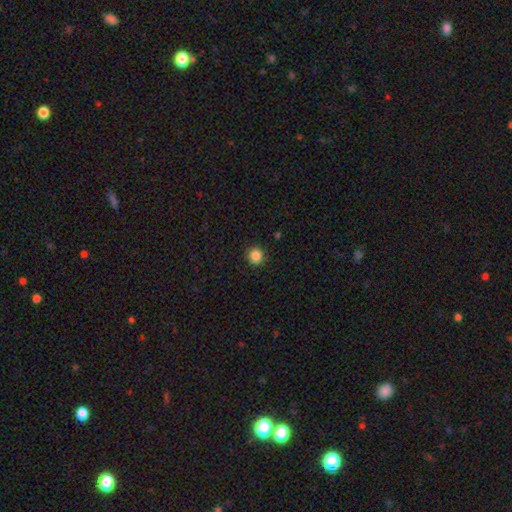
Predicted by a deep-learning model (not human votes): Smooth or featured? smooth (86%)
How rounded? round (91%)
Merging? none (91%)